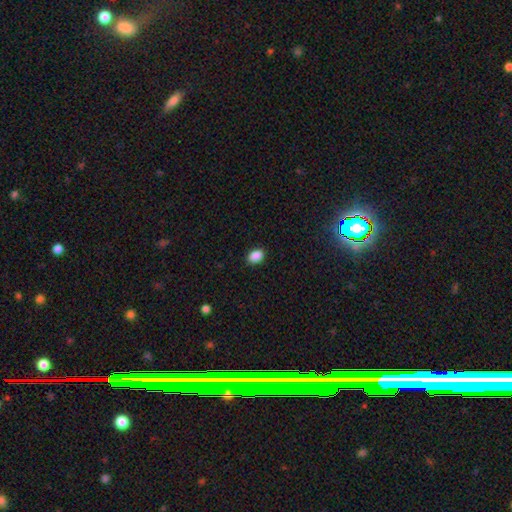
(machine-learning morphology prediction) Smooth or featured: smooth — 89% (star or artifact — 8%)
How rounded: in between — 82% (round — 17%)
Merging: none — 89% (minor disturbance — 8%)